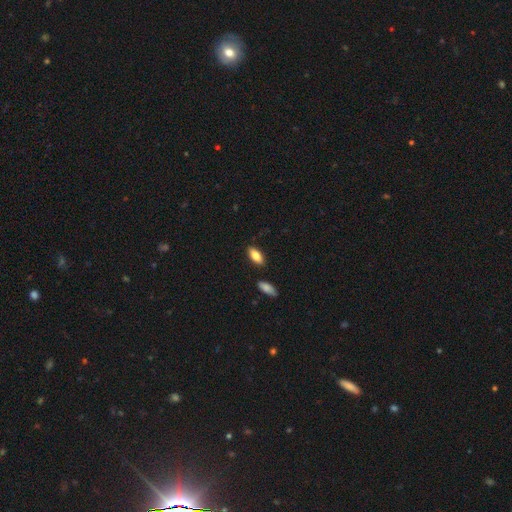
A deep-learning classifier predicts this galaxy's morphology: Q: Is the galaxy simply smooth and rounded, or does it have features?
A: smooth — 83%.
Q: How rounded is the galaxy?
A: in between — 86%.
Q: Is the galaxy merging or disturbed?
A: none — 85%.